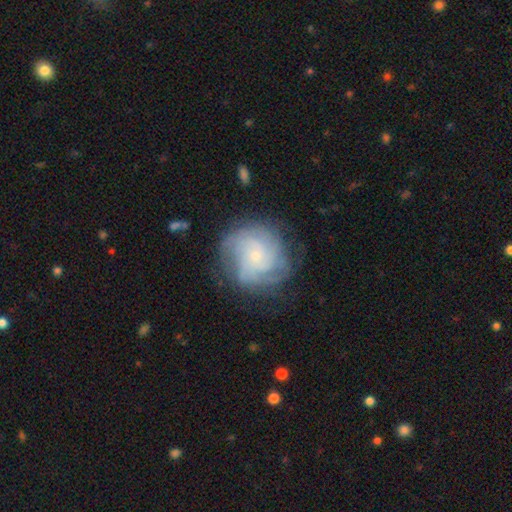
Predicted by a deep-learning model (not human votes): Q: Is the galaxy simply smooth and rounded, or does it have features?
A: featured or disk — 76%.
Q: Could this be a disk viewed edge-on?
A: no — 98%.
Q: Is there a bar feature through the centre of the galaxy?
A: no — 79%.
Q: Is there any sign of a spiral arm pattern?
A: yes — 93%.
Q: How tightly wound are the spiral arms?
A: tight — 63%.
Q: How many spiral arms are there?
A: can't tell — 32%.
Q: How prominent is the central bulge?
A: small — 81%.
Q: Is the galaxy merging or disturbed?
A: none — 74%.